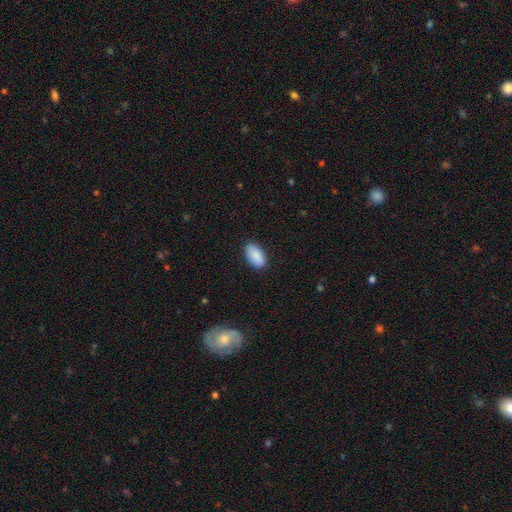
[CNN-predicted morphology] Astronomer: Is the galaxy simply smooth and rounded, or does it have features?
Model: smooth — 89%.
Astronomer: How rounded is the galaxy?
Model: in between — 95%.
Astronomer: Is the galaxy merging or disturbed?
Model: none — 86%.